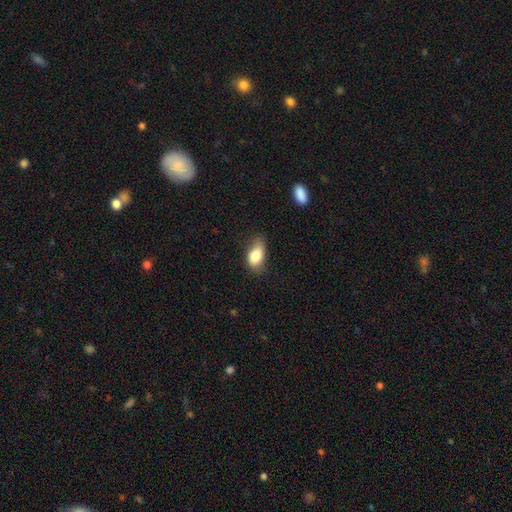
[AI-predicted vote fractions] A smooth galaxy with no disk features (82%) that is in between round and cigar-shaped (88%).

Vote fractions:
- Smooth or featured? smooth: 82% / featured or disk: 11% / star or artifact: 8%
- How rounded? in between: 88% / round: 8% / cigar-shaped: 4%
- Merging? none: 52% / minor disturbance: 35% / major disturbance: 10% / merger: 2%